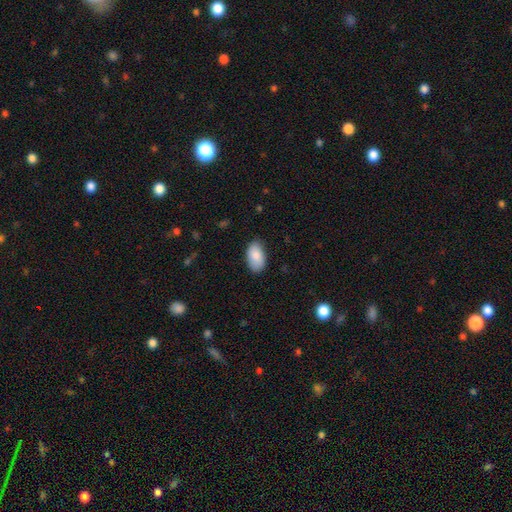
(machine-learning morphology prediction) Smooth or featured? smooth (86%)
How rounded? in between (95%)
Merging? none (82%)